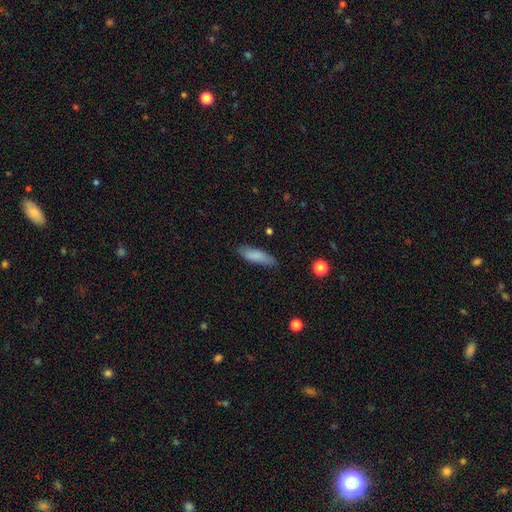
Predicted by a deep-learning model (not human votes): A smooth galaxy with no disk features (84%) that is cigar-shaped (59%).

Vote fractions:
- Smooth or featured? smooth: 84% / featured or disk: 10% / star or artifact: 6%
- How rounded? cigar-shaped: 59% / in between: 39% / round: 2%
- Merging? none: 81% / minor disturbance: 15% / major disturbance: 3% / merger: 1%